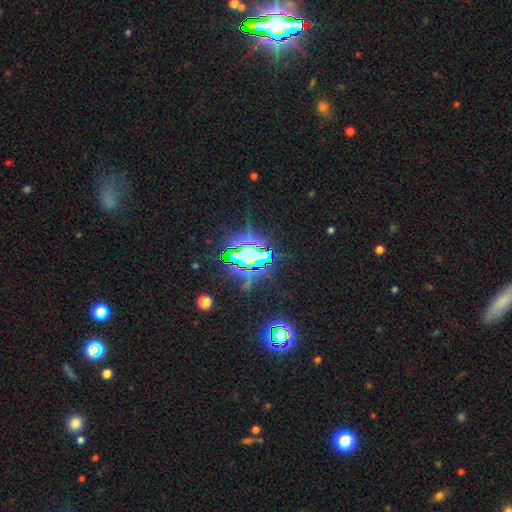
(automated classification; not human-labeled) This is likely a star or artifact rather than a galaxy (74%).